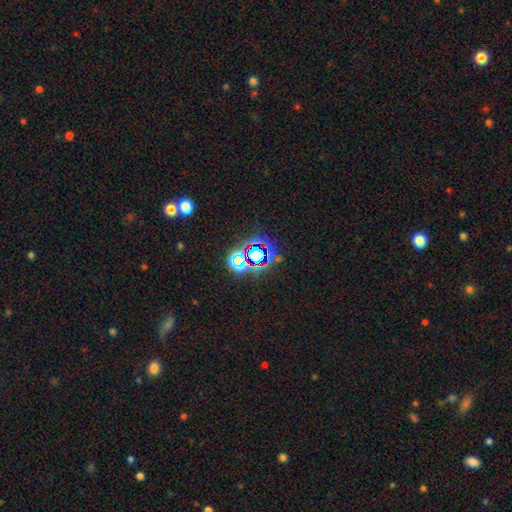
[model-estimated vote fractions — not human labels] Smooth or featured? Predicted: star or artifact (p=0.70).